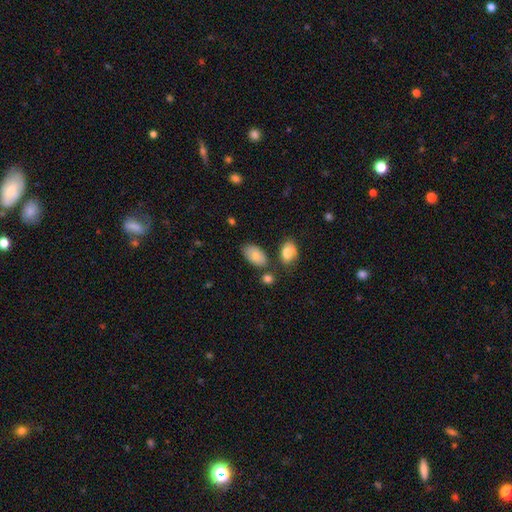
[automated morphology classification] Smooth or featured? smooth (81%)
How rounded? in between (94%)
Merging? none (71%)